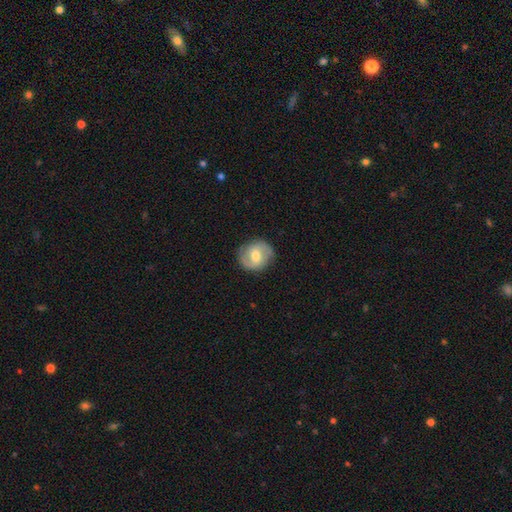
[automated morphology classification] Smooth or featured? Predicted: featured or disk (p=0.64). Edge-on disk? Predicted: no (p=0.97). Bar? Predicted: weak (p=0.49). Spiral arms? Predicted: yes (p=0.85). Spiral winding? Predicted: medium (p=0.46). Spiral arm count? Predicted: 2 (p=0.86). Bulge size? Predicted: moderate (p=0.67). Merging? Predicted: none (p=0.84).